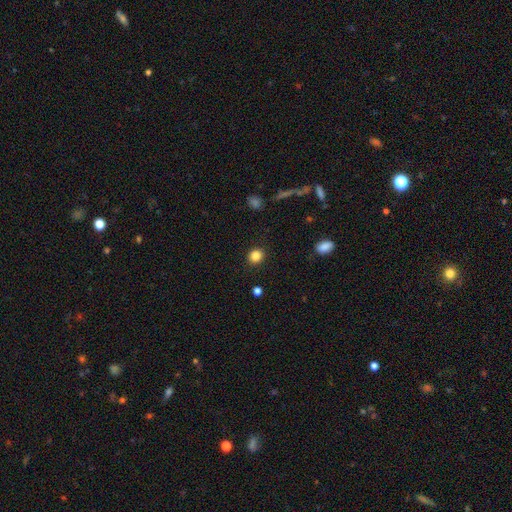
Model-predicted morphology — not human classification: smooth-or-featured: smooth: 84% | star or artifact: 11% | featured or disk: 4%
  how-rounded: round: 82% | in between: 17% | cigar-shaped: 1%
  merging: none: 91% | minor disturbance: 6% | major disturbance: 2% | merger: 1%